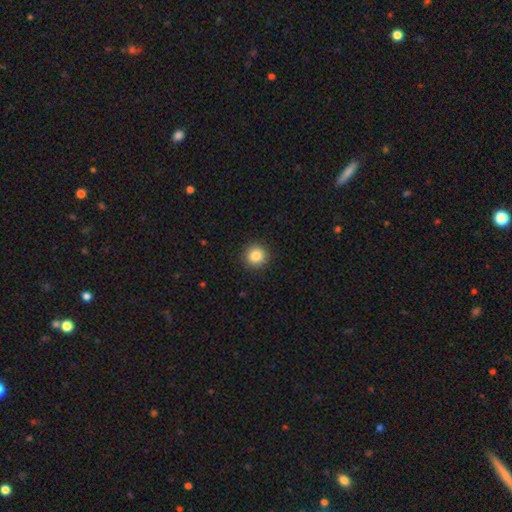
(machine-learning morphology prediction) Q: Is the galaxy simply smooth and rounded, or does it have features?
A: smooth — 85%.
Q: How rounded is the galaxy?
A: round — 94%.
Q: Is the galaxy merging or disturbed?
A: none — 92%.